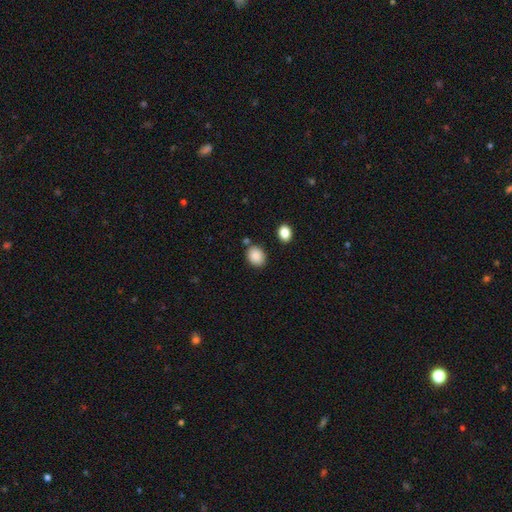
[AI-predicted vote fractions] smooth-or-featured: smooth: 88% | star or artifact: 8% | featured or disk: 4%
  how-rounded: round: 56% | in between: 43% | cigar-shaped: 1%
  merging: none: 77% | minor disturbance: 13% | merger: 7% | major disturbance: 3%